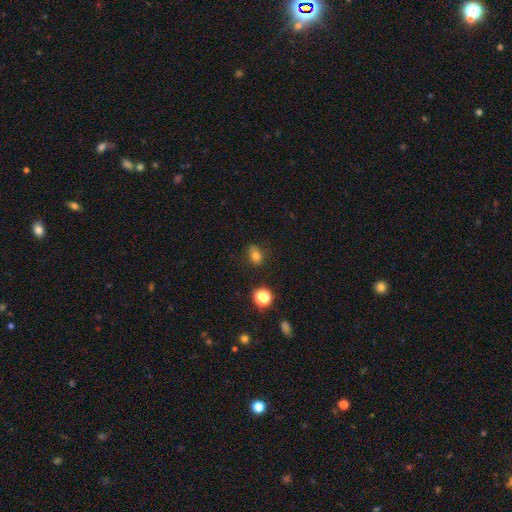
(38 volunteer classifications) Smooth or featured? 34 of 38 (89%) said smooth. How rounded? 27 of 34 (79%) said in between. Merging? 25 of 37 (68%) said none.